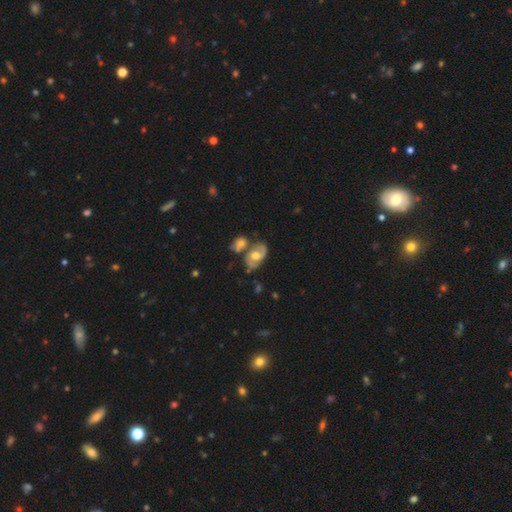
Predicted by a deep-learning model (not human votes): featured or disk 76%, smooth 17%, star or artifact 6%. Down the decision tree: edge-on disk — no (97%); bar — no (58%); spiral arms — yes (88%); spiral arm count — 2 (89%); spiral winding — medium (54%); bulge size — moderate (71%); merging — none (52%).